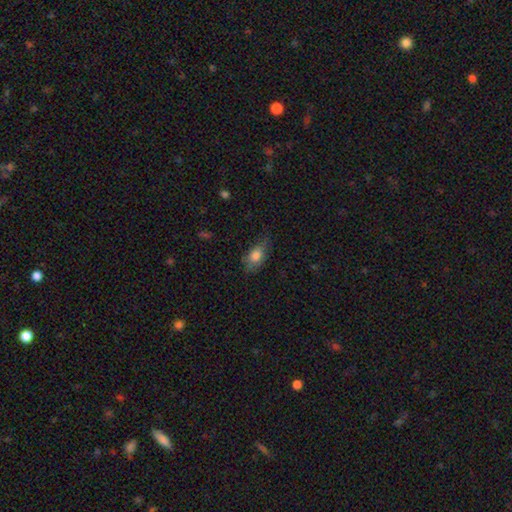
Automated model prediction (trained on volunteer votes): Overall: smooth (79%). How rounded: in between (84%). Merging: none (61%; minor disturbance 28%).